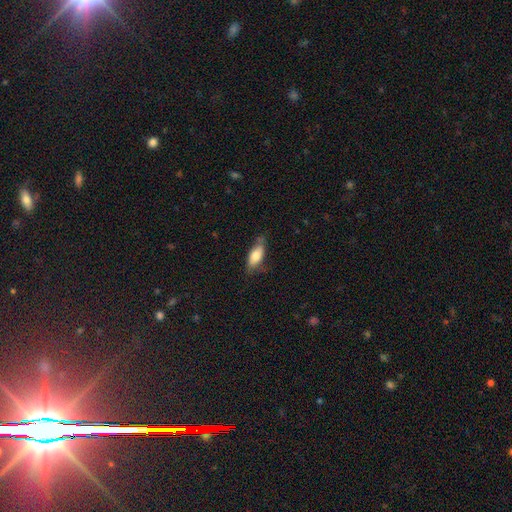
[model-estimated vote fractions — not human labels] smooth-or-featured: smooth: 73% | featured or disk: 21% | star or artifact: 7%
  how-rounded: in between: 77% | cigar-shaped: 20% | round: 3%
  merging: none: 63% | minor disturbance: 28% | major disturbance: 7% | merger: 2%